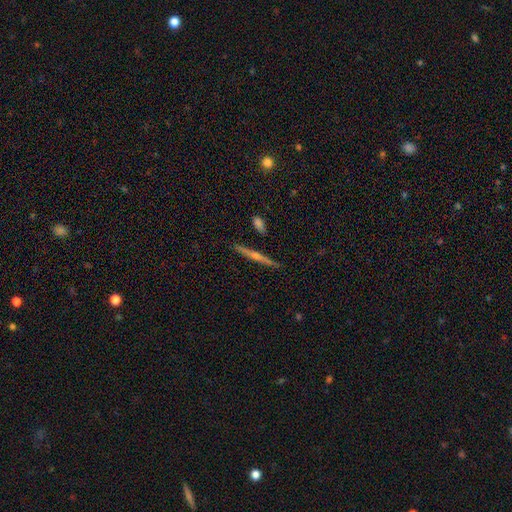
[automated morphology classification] smooth_or_featured: featured or disk (p=0.74) [alt: smooth p=0.20]
disk_edge_on: yes (p=0.98) [alt: no p=0.02]
edge_on_bulge: rounded (p=0.81) [alt: none p=0.15]
merging: none (p=0.90) [alt: minor disturbance p=0.07]